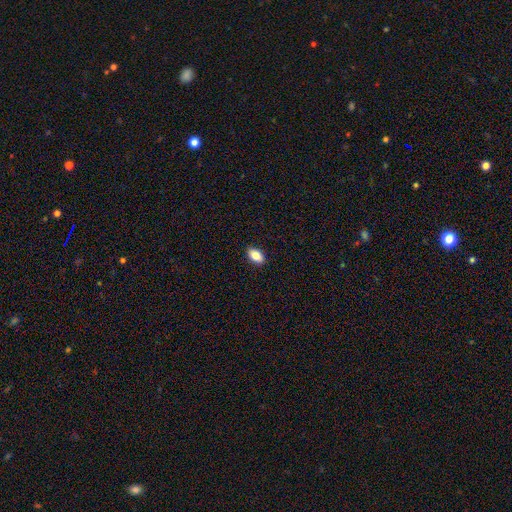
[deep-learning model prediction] A smooth galaxy with no disk features (85%) that is in between round and cigar-shaped (91%).

Vote fractions:
- Smooth or featured? smooth: 85% / star or artifact: 8% / featured or disk: 7%
- How rounded? in between: 91% / round: 6% / cigar-shaped: 3%
- Merging? none: 90% / minor disturbance: 7% / major disturbance: 2% / merger: 1%